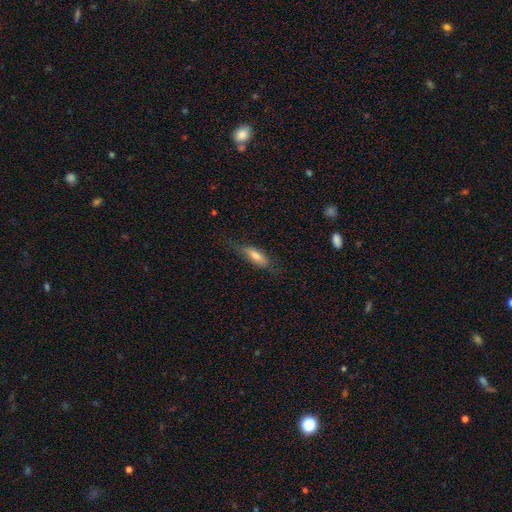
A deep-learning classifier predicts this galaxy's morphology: Smooth or featured? Predicted: smooth (p=0.66). How rounded? Predicted: in between (p=0.56). Merging? Predicted: none (p=0.60).